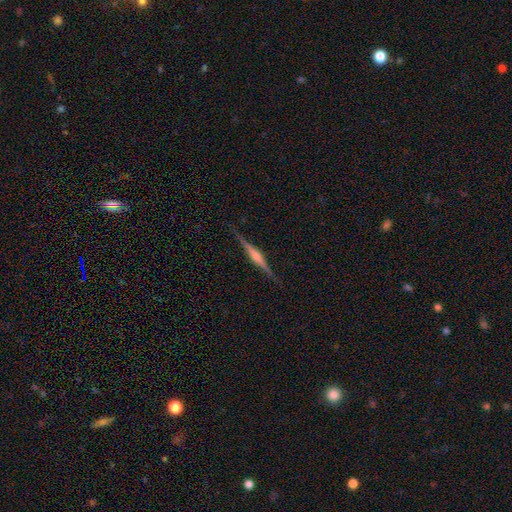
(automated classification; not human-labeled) This is clearly a featured or disk galaxy (82%). It is clearly viewed edge-on (98%). Edge-on bulge: likely rounded (71%). Merging: clearly none (89%).